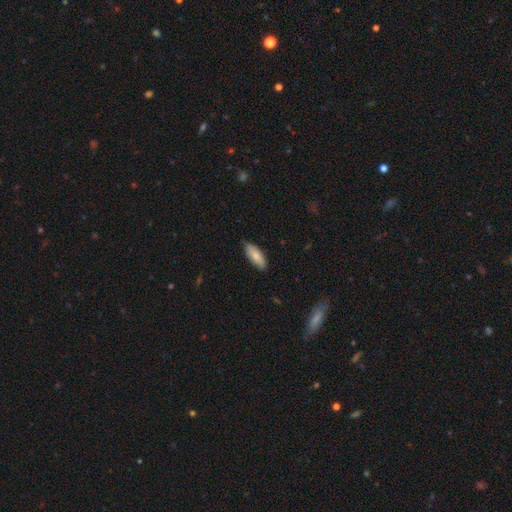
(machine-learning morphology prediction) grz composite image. It shows a smooth galaxy with no disk features (80%) that is in between round and cigar-shaped (76%). Merging: none (82%).